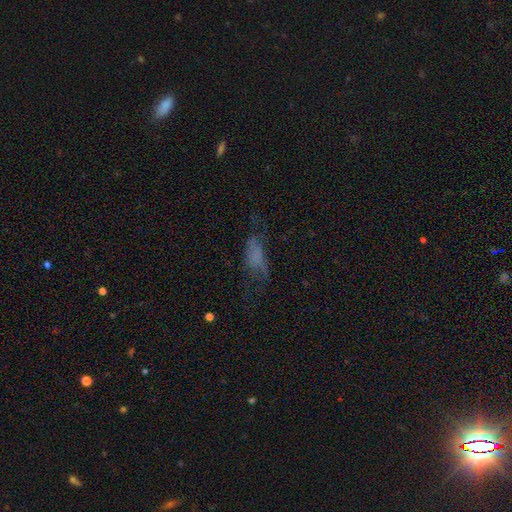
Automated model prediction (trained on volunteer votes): A smooth galaxy with no disk features (54%) that is in between round and cigar-shaped (72%).

Vote fractions:
- Smooth or featured? smooth: 54% / featured or disk: 28% / star or artifact: 17%
- How rounded? in between: 72% / cigar-shaped: 23% / round: 5%
- Merging? none: 37% / major disturbance: 36% / minor disturbance: 25% / merger: 3%